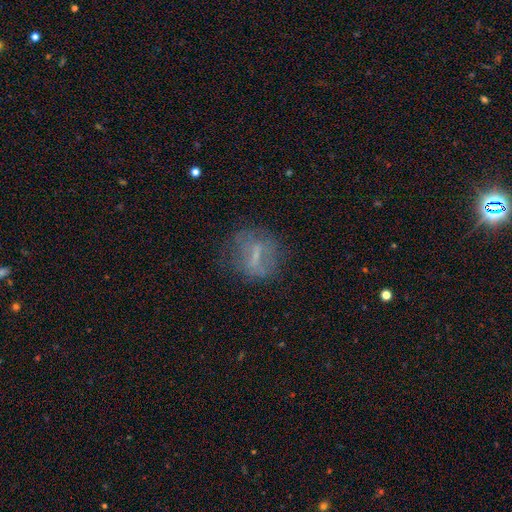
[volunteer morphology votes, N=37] A featured or disk galaxy (57%) with a strong bar (44%), no spiral arms (100%) and a small central bulge (69%). Merging: none (58%).